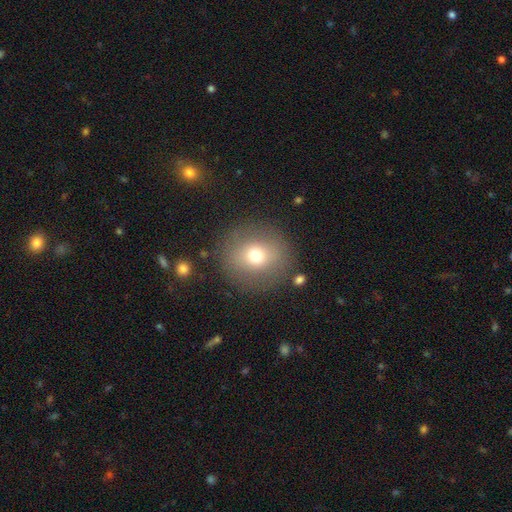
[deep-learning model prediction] smooth_or_featured: smooth (p=0.70) [alt: featured or disk p=0.17]
how_rounded: round (p=0.87) [alt: in between p=0.12]
merging: none (p=0.85) [alt: minor disturbance p=0.09]